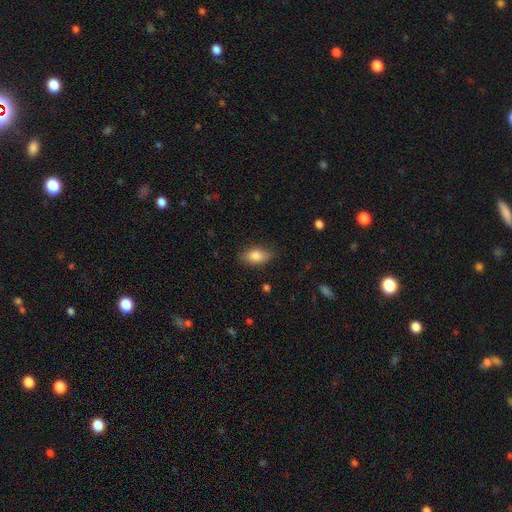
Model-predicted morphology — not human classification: This is clearly a smooth galaxy (83%). How rounded: clearly in between (88%). Merging: clearly none (83%).